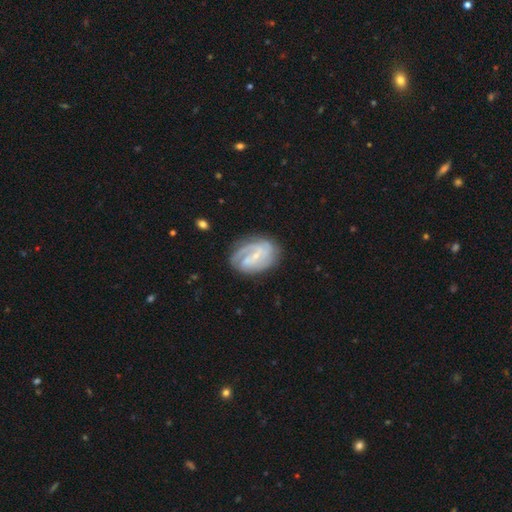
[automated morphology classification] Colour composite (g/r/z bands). It shows a featured or disk galaxy (80%) with a weak bar (46%), 2 (46%) tight (49%) spiral arms (91%) and a small central bulge (73%). Merging: none (70%).